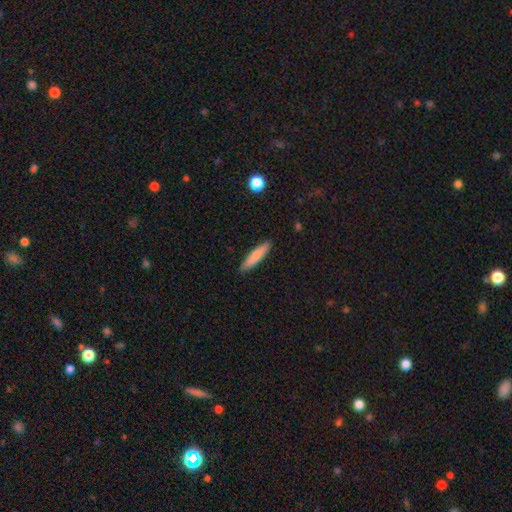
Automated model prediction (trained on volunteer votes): smooth_or_featured: smooth (p=0.79) [alt: featured or disk p=0.15]
how_rounded: cigar-shaped (p=0.84) [alt: in between p=0.15]
merging: none (p=0.89) [alt: minor disturbance p=0.08]